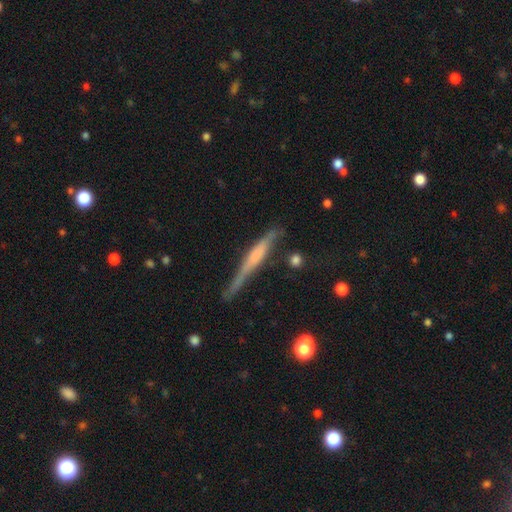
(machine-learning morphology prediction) Smooth or featured?
  - featured or disk: 60% *
  - smooth: 33%
  - star or artifact: 7%
Edge-on disk?
  - yes: 94% *
  - no: 6%
Edge-on bulge?
  - boxy: 37% *
  - none: 35%
  - rounded: 28%
Merging?
  - none: 66% *
  - minor disturbance: 23%
  - major disturbance: 7%
  - merger: 4%